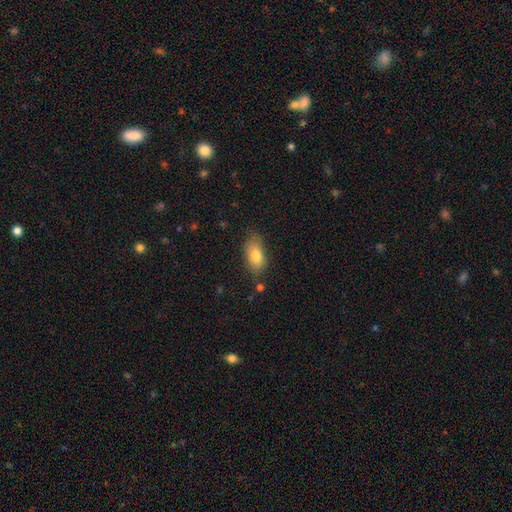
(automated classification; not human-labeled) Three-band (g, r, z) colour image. It shows a smooth galaxy with no disk features (79%) that is in between round and cigar-shaped (88%). Merging: none (72%).